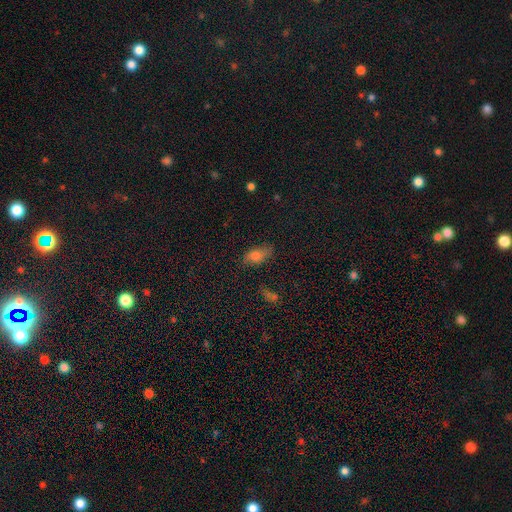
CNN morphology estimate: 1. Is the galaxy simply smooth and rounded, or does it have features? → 70% smooth, 16% featured or disk, 13% star or artifact.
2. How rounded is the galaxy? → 84% in between, 10% cigar-shaped, 6% round.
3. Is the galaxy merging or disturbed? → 72% none, 20% minor disturbance, 6% major disturbance, 2% merger.